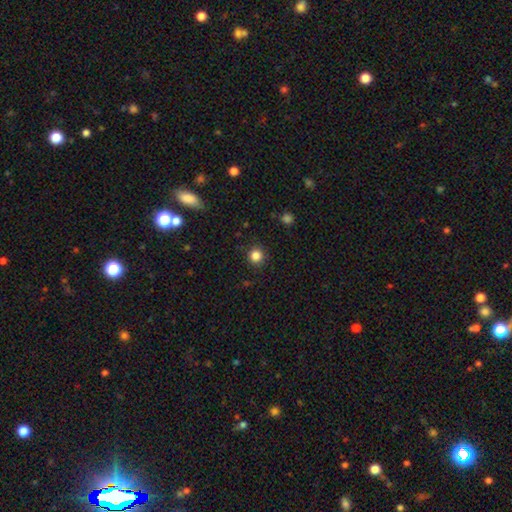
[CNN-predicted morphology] smooth-or-featured: smooth: 84% | star or artifact: 12% | featured or disk: 4%
  how-rounded: round: 93% | in between: 6% | cigar-shaped: 1%
  merging: none: 90% | minor disturbance: 6% | major disturbance: 2% | merger: 1%